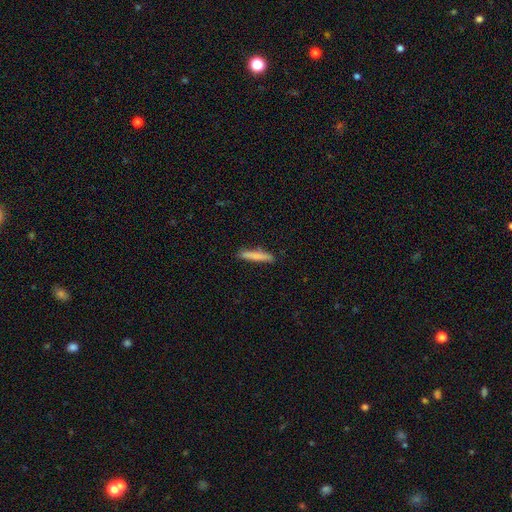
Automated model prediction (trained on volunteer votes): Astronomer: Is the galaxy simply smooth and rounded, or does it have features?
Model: smooth — 80%.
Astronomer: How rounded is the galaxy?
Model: cigar-shaped — 93%.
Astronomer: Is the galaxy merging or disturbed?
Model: none — 87%.